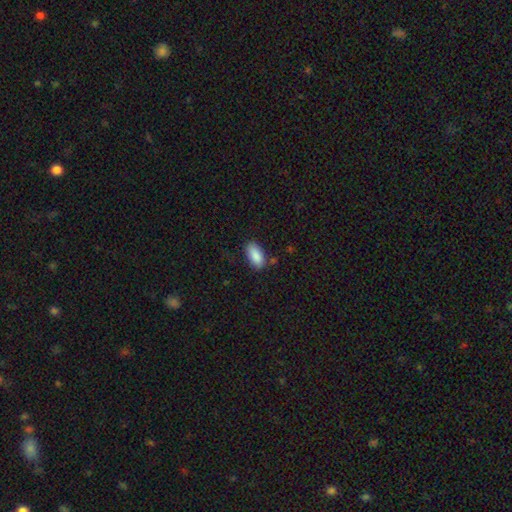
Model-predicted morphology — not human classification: smooth 89%, star or artifact 7%, featured or disk 4%. Down the decision tree: how rounded — in between (92%); merging — none (81%).